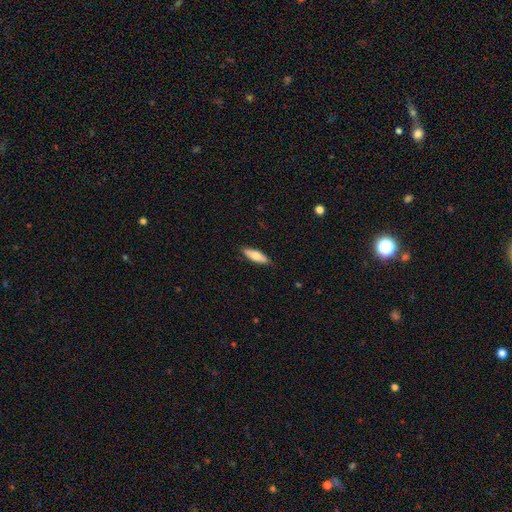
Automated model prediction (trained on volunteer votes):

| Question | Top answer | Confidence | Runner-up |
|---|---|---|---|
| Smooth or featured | smooth | 74% | featured or disk (20%) |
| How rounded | in between | 53% | cigar-shaped (45%) |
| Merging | none | 86% | minor disturbance (11%) |